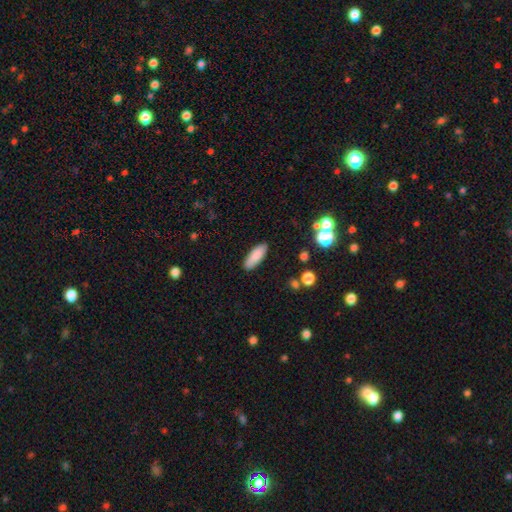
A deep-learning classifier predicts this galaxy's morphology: type=smooth (87%); roundness=in between (65%); merging=none (88%).